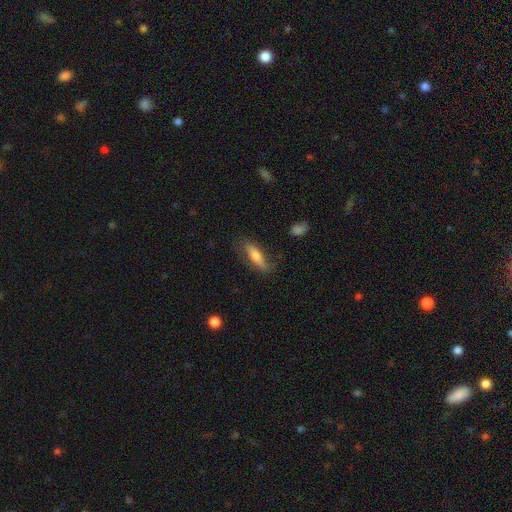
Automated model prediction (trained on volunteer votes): This is possibly a smooth galaxy (56%). How rounded: likely cigar-shaped (64%). Merging: likely none (74%).